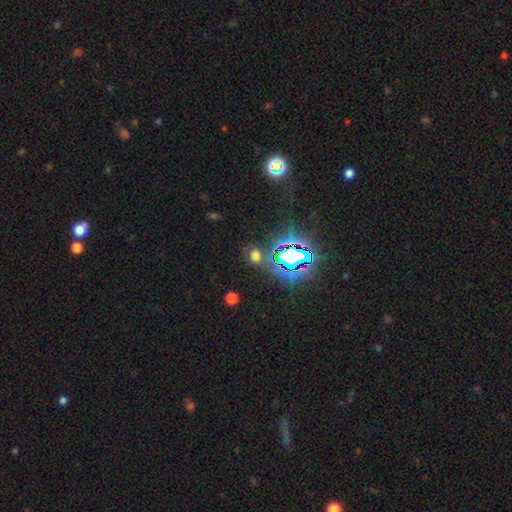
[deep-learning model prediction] A smooth galaxy with no disk features (48%). Merging: none (77%).